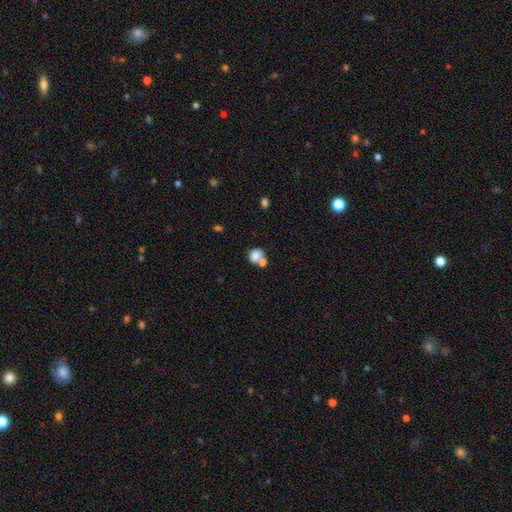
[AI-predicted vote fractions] Morphology: type=smooth (78%); roundness=round (54%); merging=merger (47%).